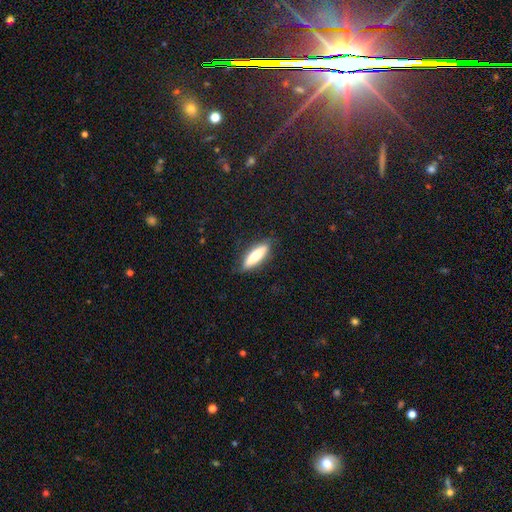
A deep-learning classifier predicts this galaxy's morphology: This is likely a smooth galaxy (74%). How rounded: likely cigar-shaped (66%). Merging: clearly none (82%).